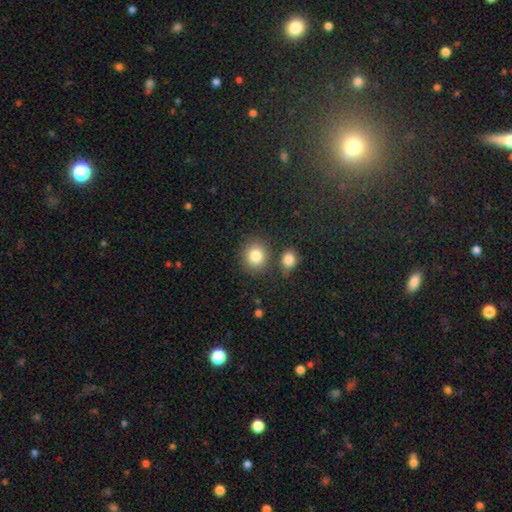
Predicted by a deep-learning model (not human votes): A smooth galaxy with no disk features (83%) that is round (80%).

Vote fractions:
- Smooth or featured? smooth: 83% / star or artifact: 9% / featured or disk: 7%
- How rounded? round: 80% / in between: 19% / cigar-shaped: 1%
- Merging? none: 76% / merger: 11% / minor disturbance: 10% / major disturbance: 3%